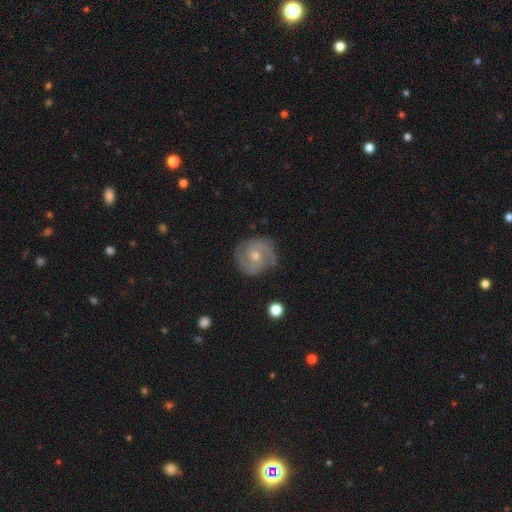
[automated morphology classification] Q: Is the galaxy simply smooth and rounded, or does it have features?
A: featured or disk — 80%.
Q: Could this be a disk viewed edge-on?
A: no — 98%.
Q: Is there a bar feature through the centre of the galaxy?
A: no — 63%.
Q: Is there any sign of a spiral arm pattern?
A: yes — 94%.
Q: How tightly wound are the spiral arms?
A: tight — 47%.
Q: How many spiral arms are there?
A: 2 — 72%.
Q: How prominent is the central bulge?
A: moderate — 51%.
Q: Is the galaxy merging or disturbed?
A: none — 77%.